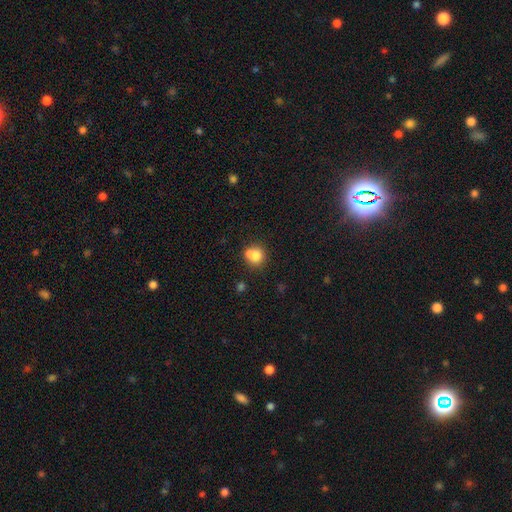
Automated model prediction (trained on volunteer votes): Q: Smooth or featured?
A: smooth (75%); runner-up: featured or disk (14%)
Q: How rounded?
A: round (80%); runner-up: in between (19%)
Q: Merging?
A: merger (47%); runner-up: none (40%)